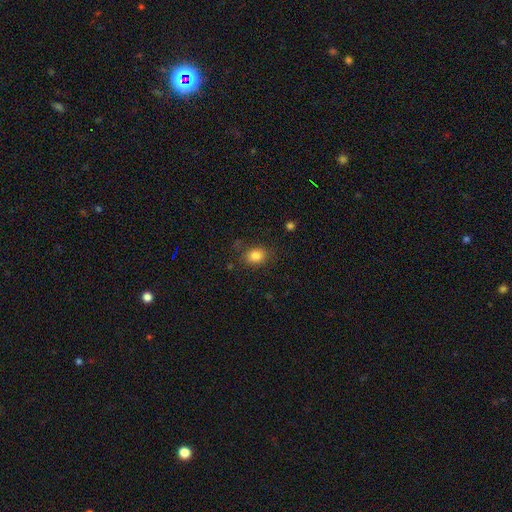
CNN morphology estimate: Smooth or featured?
  - smooth: 83% *
  - star or artifact: 11%
  - featured or disk: 6%
How rounded?
  - in between: 52% *
  - round: 47%
  - cigar-shaped: 1%
Merging?
  - none: 80% *
  - minor disturbance: 14%
  - major disturbance: 4%
  - merger: 2%